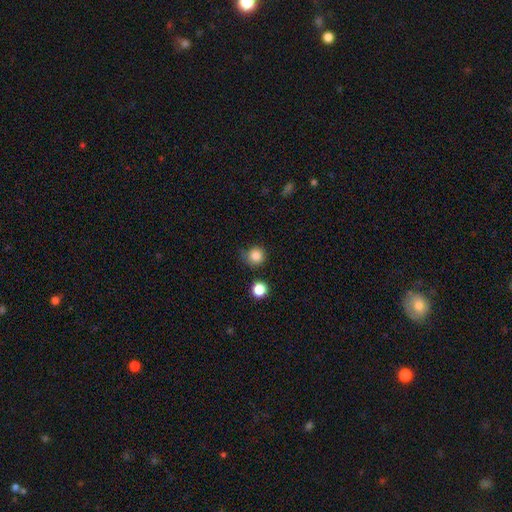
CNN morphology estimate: smooth 85%, star or artifact 11%, featured or disk 4%. Down the decision tree: how rounded — round (92%); merging — none (72%).